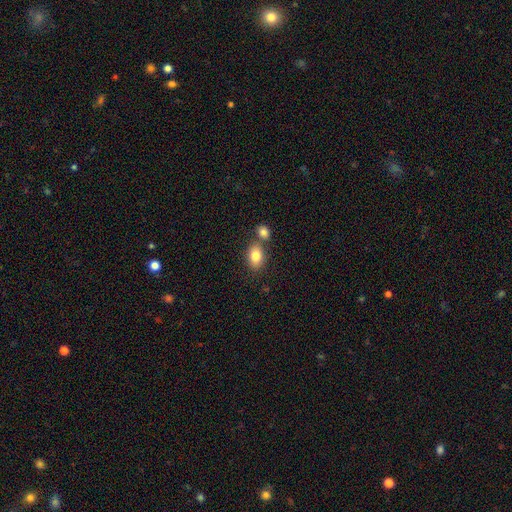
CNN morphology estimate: Smooth or featured? smooth (81%)
How rounded? in between (81%)
Merging? none (58%)